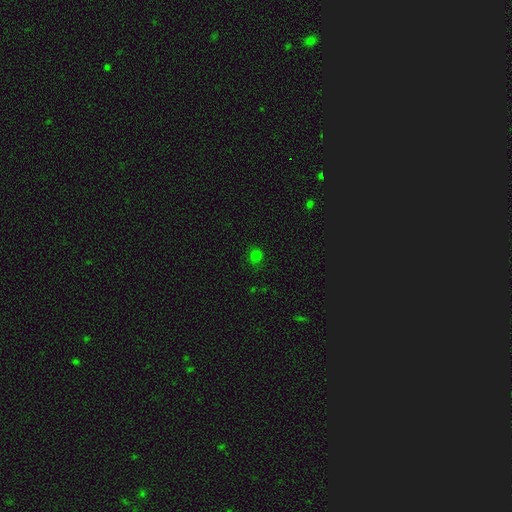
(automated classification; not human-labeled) Smooth or featured? smooth (73%)
How rounded? round (78%)
Merging? none (83%)